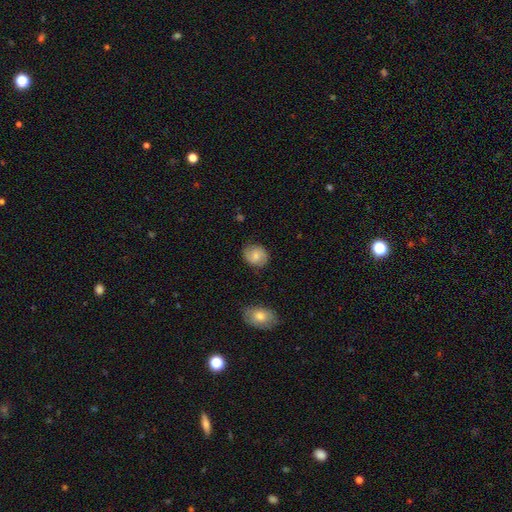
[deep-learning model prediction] smooth_or_featured: smooth (p=0.63) [alt: featured or disk p=0.30]
how_rounded: round (p=0.64) [alt: in between p=0.35]
merging: none (p=0.78) [alt: minor disturbance p=0.17]